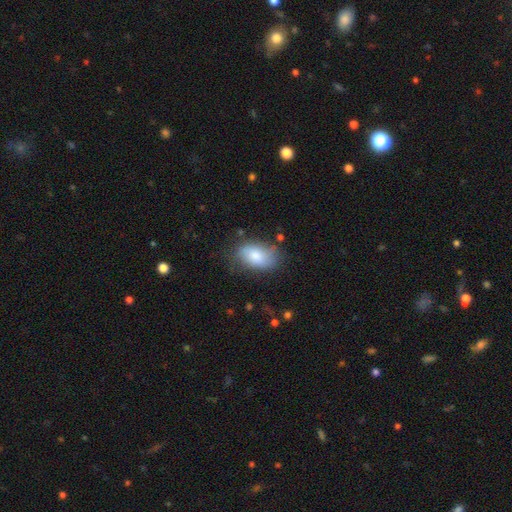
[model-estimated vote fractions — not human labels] This appears to be a smooth galaxy with no disk features (79%) that is in between round and cigar-shaped (92%). Merging: none (66%).